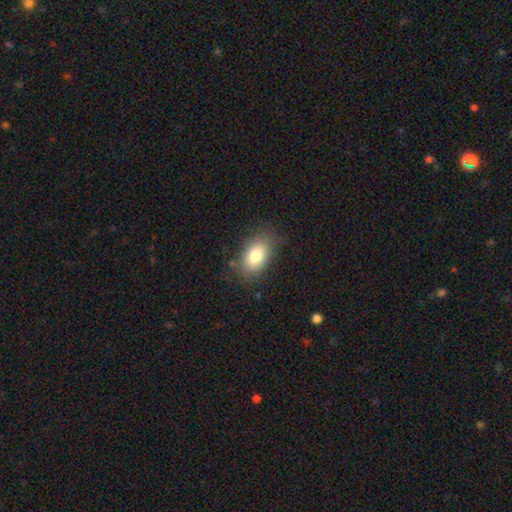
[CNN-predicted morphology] smooth 80%, featured or disk 12%, star or artifact 9%. Down the decision tree: how rounded — in between (88%); merging — none (79%).